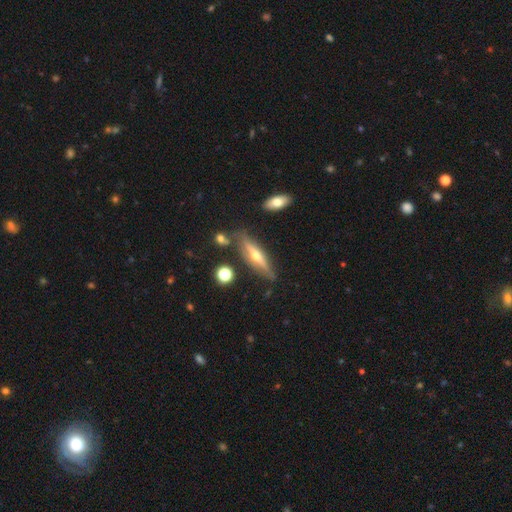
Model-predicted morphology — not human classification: featured or disk 65%, smooth 28%, star or artifact 7%. Down the decision tree: edge-on disk — yes (92%); edge-on bulge — rounded (90%); merging — none (77%).